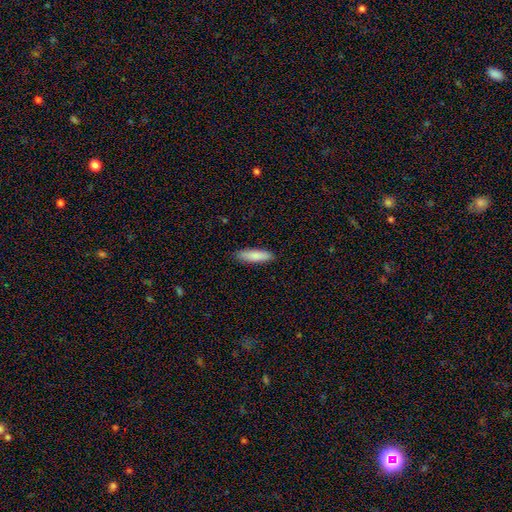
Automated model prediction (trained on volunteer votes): Q: Smooth or featured?
A: smooth (84%); runner-up: featured or disk (11%)
Q: How rounded?
A: cigar-shaped (62%); runner-up: in between (37%)
Q: Merging?
A: none (89%); runner-up: minor disturbance (9%)